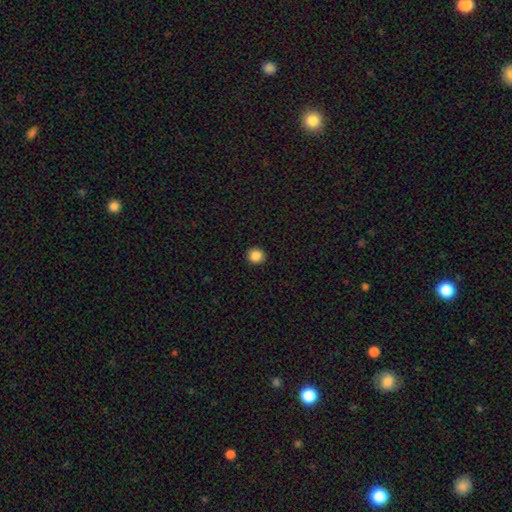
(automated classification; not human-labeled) A smooth galaxy with no disk features (87%) that is round (91%).

Vote fractions:
- Smooth or featured? smooth: 87% / star or artifact: 10% / featured or disk: 3%
- How rounded? round: 91% / in between: 8% / cigar-shaped: 1%
- Merging? none: 93% / minor disturbance: 5% / major disturbance: 2% / merger: 1%